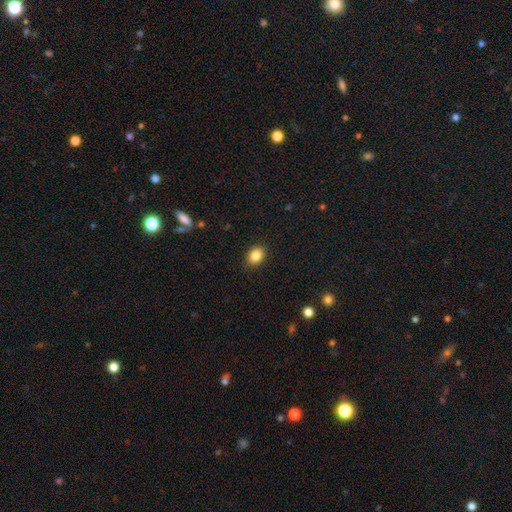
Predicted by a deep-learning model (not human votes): Smooth or featured? Predicted: smooth (p=0.86). How rounded? Predicted: in between (p=0.55). Merging? Predicted: none (p=0.89).